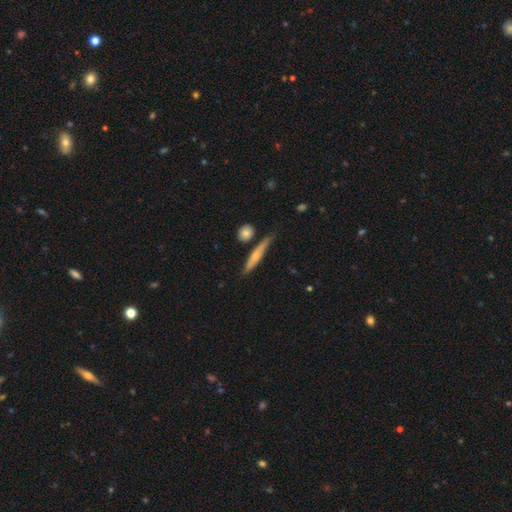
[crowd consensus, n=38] Smooth or featured?
  - smooth: 50% *
  - featured or disk: 47%
  - star or artifact: 3%
How rounded?
  - cigar-shaped: 89% *
  - in between: 11%
  - round: 0%
Merging?
  - none: 81% *
  - minor disturbance: 16%
  - major disturbance: 3%
  - merger: 0%